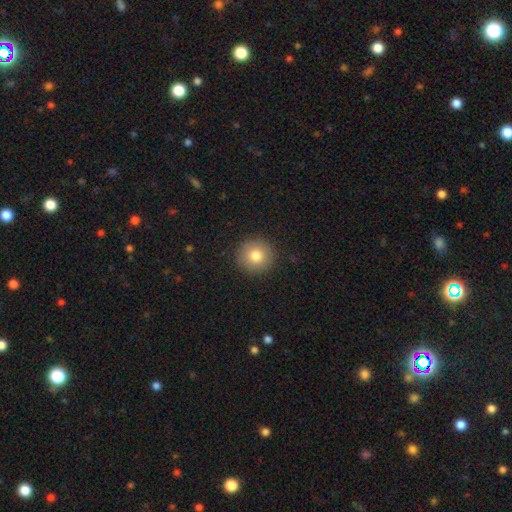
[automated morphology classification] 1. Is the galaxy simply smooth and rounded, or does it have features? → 80% smooth, 10% featured or disk, 10% star or artifact.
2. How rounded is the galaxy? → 95% round, 4% in between, 1% cigar-shaped.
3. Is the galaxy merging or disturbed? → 91% none, 6% minor disturbance, 2% major disturbance, 1% merger.